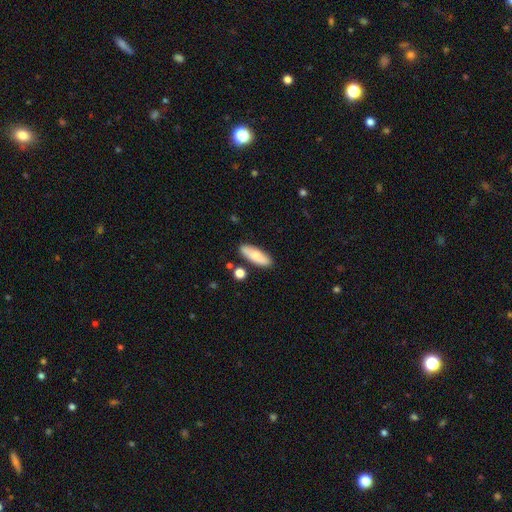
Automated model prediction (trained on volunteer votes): Smooth or featured? smooth (75%)
How rounded? in between (61%)
Merging? none (82%)